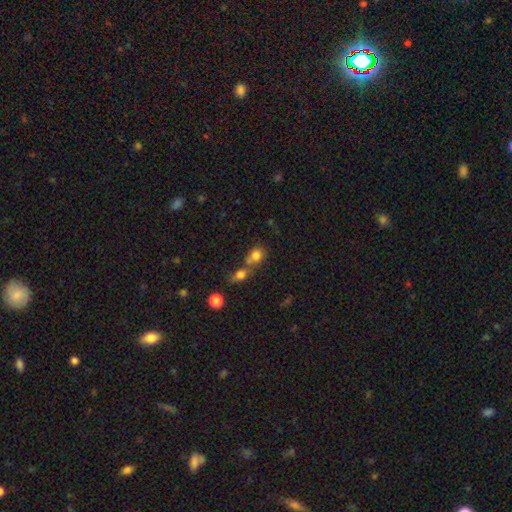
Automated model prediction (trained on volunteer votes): smooth-or-featured: smooth: 79% | star or artifact: 12% | featured or disk: 9%
  how-rounded: round: 57% | in between: 41% | cigar-shaped: 2%
  merging: merger: 52% | none: 33% | minor disturbance: 9% | major disturbance: 5%